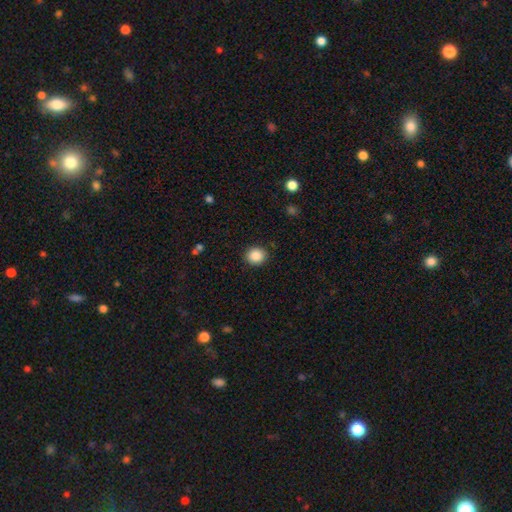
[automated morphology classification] smooth-or-featured: smooth: 88% | star or artifact: 9% | featured or disk: 3%
  how-rounded: round: 80% | in between: 19% | cigar-shaped: 1%
  merging: none: 90% | minor disturbance: 7% | major disturbance: 2% | merger: 1%